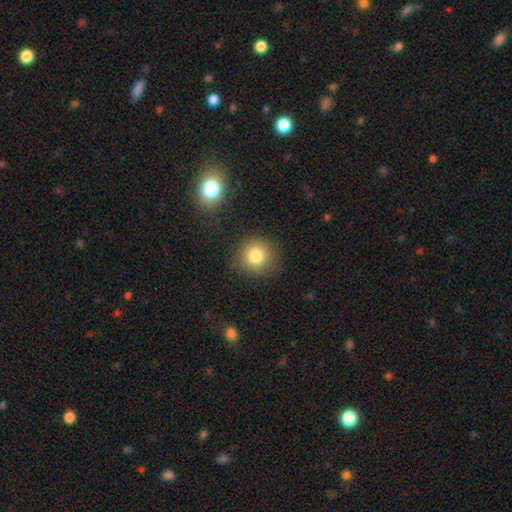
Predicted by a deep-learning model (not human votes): A smooth galaxy with no disk features (80%) that is round (91%).

Vote fractions:
- Smooth or featured? smooth: 80% / star or artifact: 12% / featured or disk: 8%
- How rounded? round: 91% / in between: 8% / cigar-shaped: 1%
- Merging? none: 85% / minor disturbance: 10% / major disturbance: 3% / merger: 2%